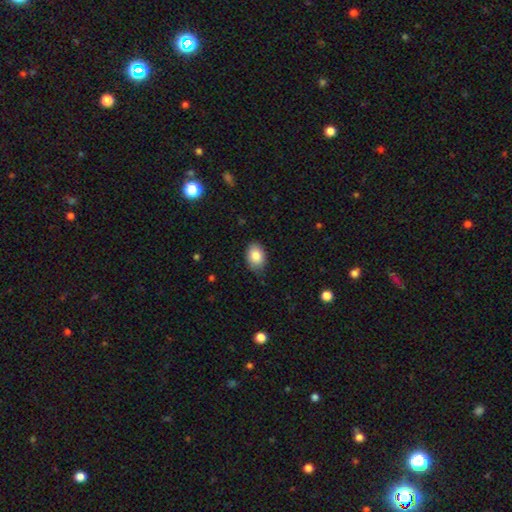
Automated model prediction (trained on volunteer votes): Smooth or featured: smooth — 85% (star or artifact — 8%)
How rounded: in between — 80% (round — 19%)
Merging: none — 76% (minor disturbance — 20%)